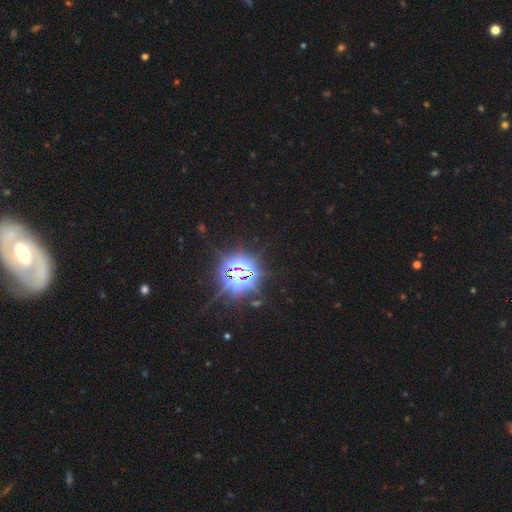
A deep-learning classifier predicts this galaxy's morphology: type=star or artifact (66%).